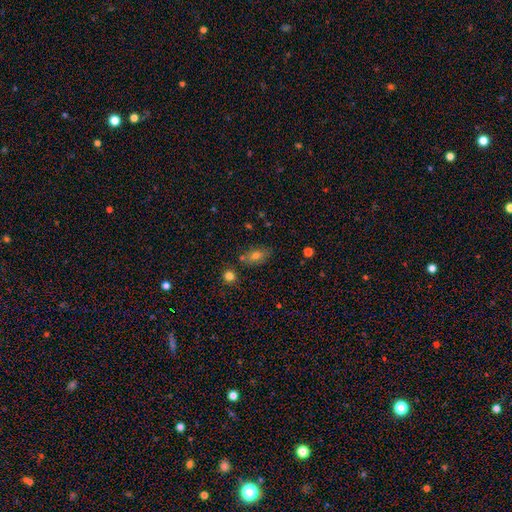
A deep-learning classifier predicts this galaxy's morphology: Overall: smooth (74%). How rounded: in between (82%). Merging: none (72%).